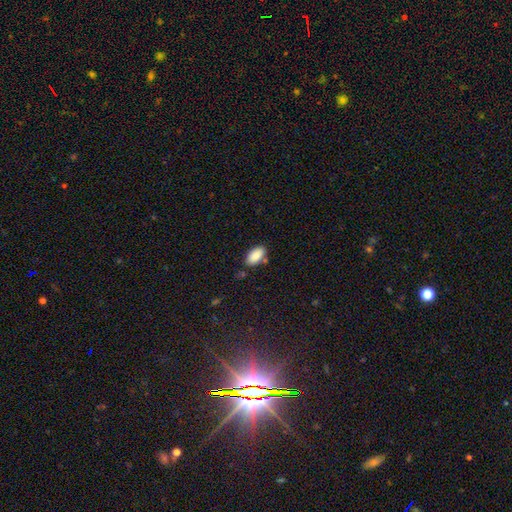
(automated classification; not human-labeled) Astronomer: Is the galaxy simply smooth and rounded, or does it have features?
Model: smooth — 89%.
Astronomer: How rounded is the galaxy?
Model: in between — 94%.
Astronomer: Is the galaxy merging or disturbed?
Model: none — 78%.